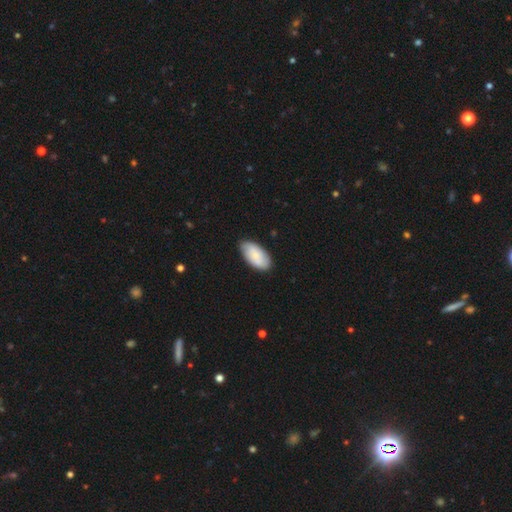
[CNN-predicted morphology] Q: Smooth or featured?
A: smooth (70%); runner-up: featured or disk (24%)
Q: How rounded?
A: in between (95%); runner-up: cigar-shaped (3%)
Q: Merging?
A: none (81%); runner-up: minor disturbance (15%)